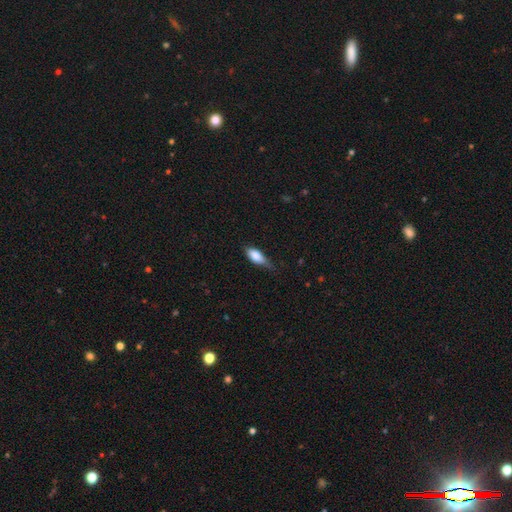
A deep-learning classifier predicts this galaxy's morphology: The model was most divided on "merging": none: 47%, minor disturbance: 41%, major disturbance: 10%, merger: 2%. More confident: smooth or featured — smooth (81%); how rounded — in between (79%).